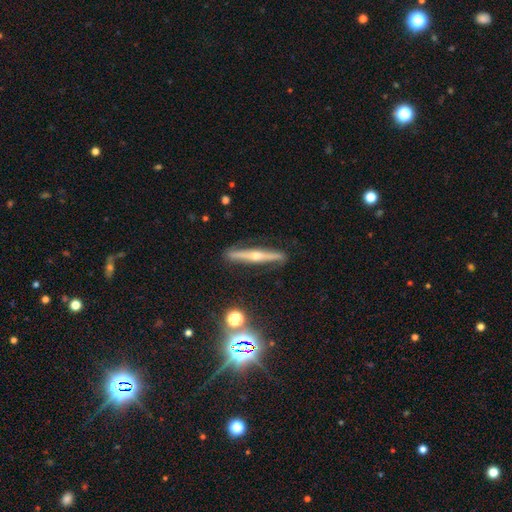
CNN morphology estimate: Smooth or featured: featured or disk — 72% (smooth — 17%)
Edge-on disk: yes — 95% (no — 5%)
Edge-on bulge: rounded — 89% (none — 8%)
Merging: none — 89% (minor disturbance — 7%)